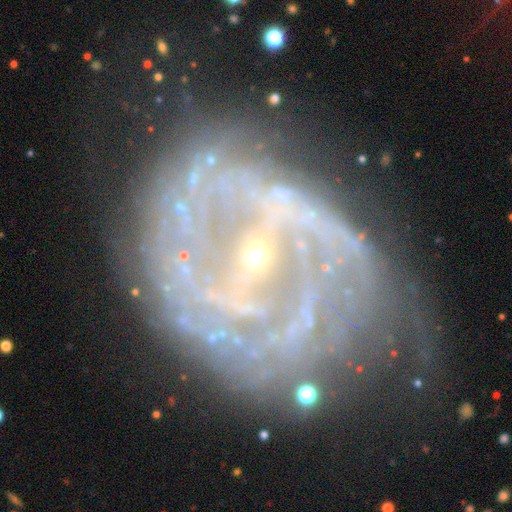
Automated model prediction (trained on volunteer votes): Smooth or featured? Predicted: featured or disk (p=0.85). Edge-on disk? Predicted: no (p=0.97). Bar? Predicted: strong (p=0.39). Spiral arms? Predicted: yes (p=0.88). Spiral winding? Predicted: tight (p=0.48). Spiral arm count? Predicted: 2 (p=0.37). Bulge size? Predicted: small (p=0.85). Merging? Predicted: none (p=0.53).